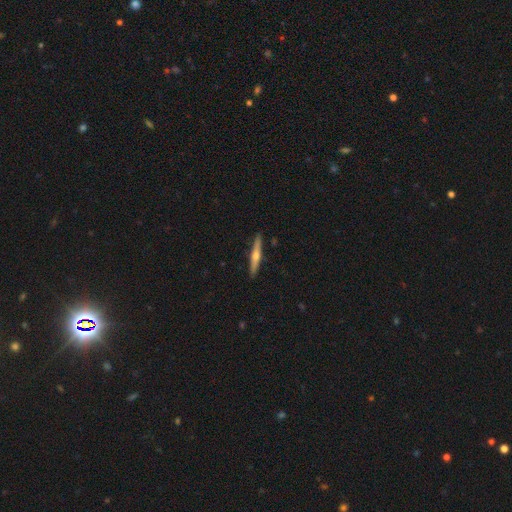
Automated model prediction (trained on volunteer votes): Smooth or featured: featured or disk — 58% (smooth — 36%)
Edge-on disk: yes — 97% (no — 3%)
Edge-on bulge: rounded — 87% (none — 9%)
Merging: none — 91% (minor disturbance — 7%)